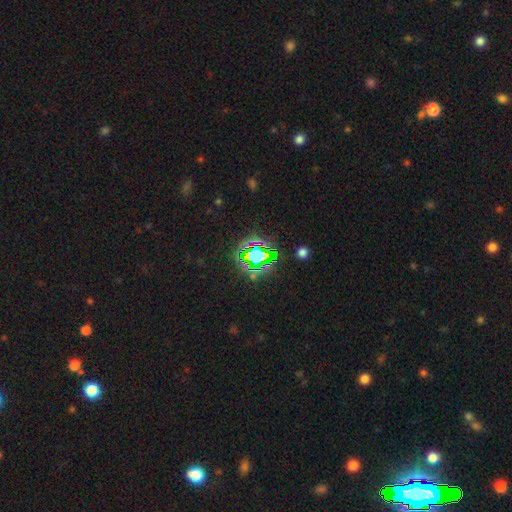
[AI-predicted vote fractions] Smooth or featured: star or artifact — 71% (smooth — 17%)